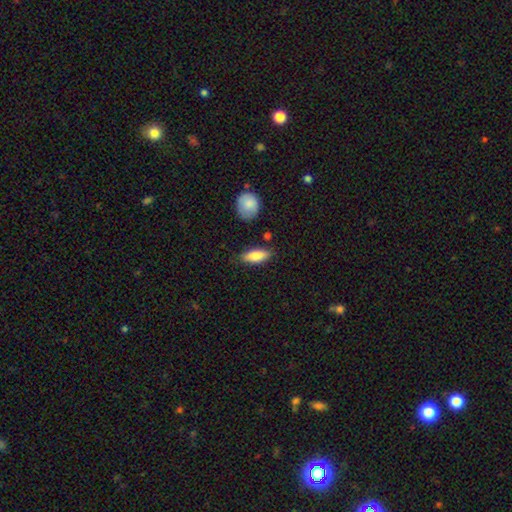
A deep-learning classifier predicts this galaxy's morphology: smooth-or-featured: smooth: 82% | featured or disk: 12% | star or artifact: 6%
  how-rounded: in between: 75% | cigar-shaped: 22% | round: 2%
  merging: none: 80% | minor disturbance: 13% | merger: 3% | major disturbance: 3%